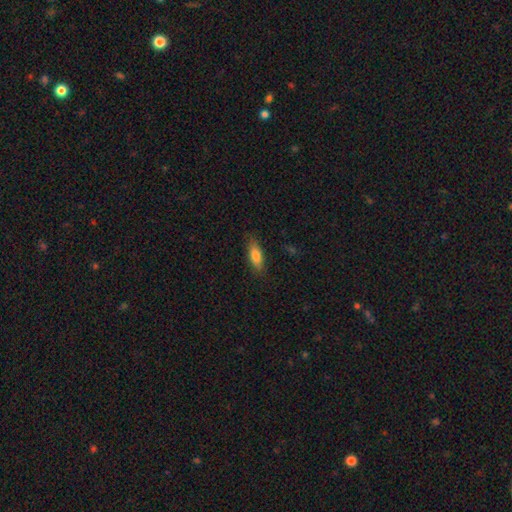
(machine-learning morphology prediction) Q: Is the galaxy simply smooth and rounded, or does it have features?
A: smooth — 79%.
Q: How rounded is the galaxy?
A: in between — 67%.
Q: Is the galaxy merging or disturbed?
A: none — 83%.